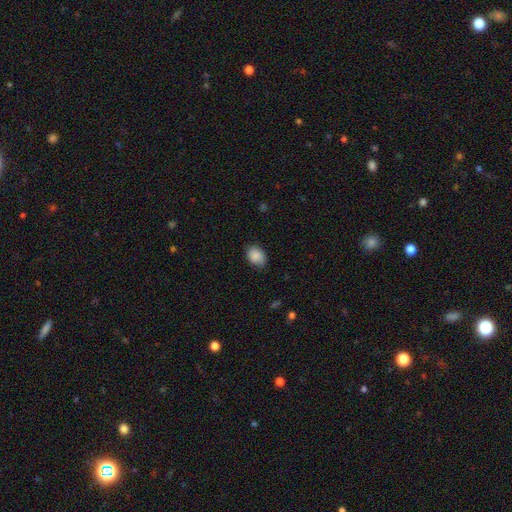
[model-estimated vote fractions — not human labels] This is clearly a smooth galaxy (88%). How rounded: likely in between (70%). Merging: likely none (79%).